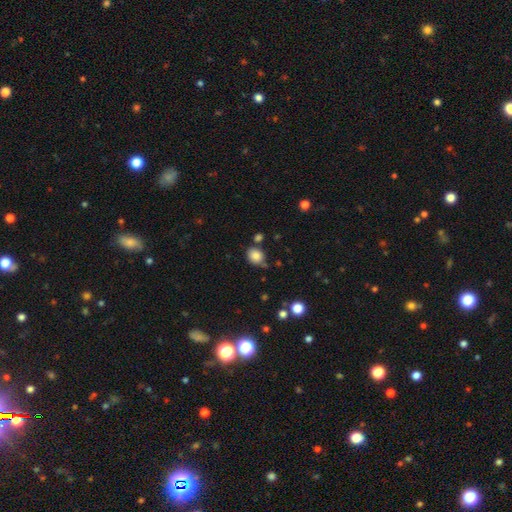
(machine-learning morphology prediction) Q: Smooth or featured?
A: smooth (83%); runner-up: star or artifact (10%)
Q: How rounded?
A: round (62%); runner-up: in between (37%)
Q: Merging?
A: none (72%); runner-up: minor disturbance (16%)